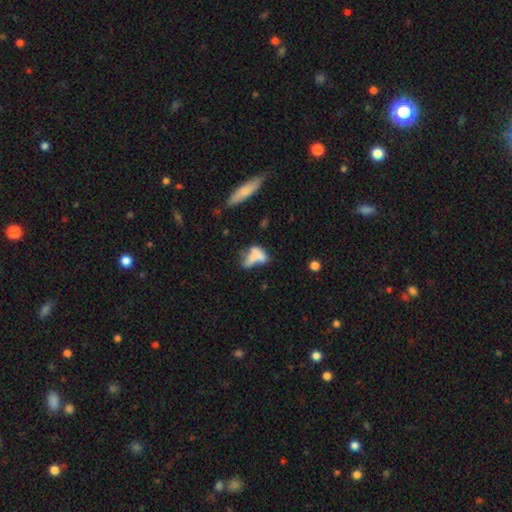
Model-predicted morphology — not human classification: smooth 60%, featured or disk 29%, star or artifact 11%. Down the decision tree: how rounded — in between (69%); merging — merger (38%).